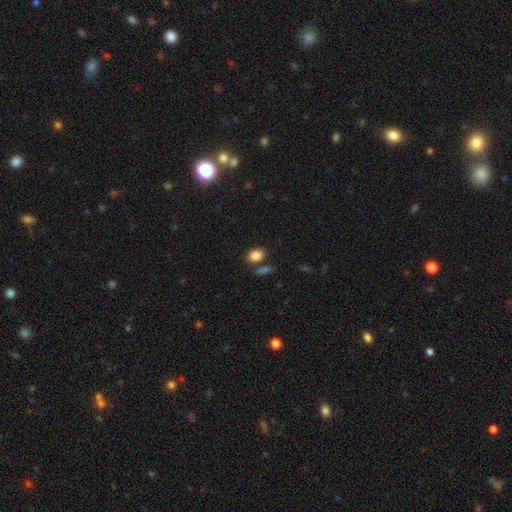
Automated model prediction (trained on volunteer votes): The model was most divided on "how rounded": in between: 72%, round: 26%, cigar-shaped: 2%. More confident: smooth or featured — smooth (86%); merging — none (71%).